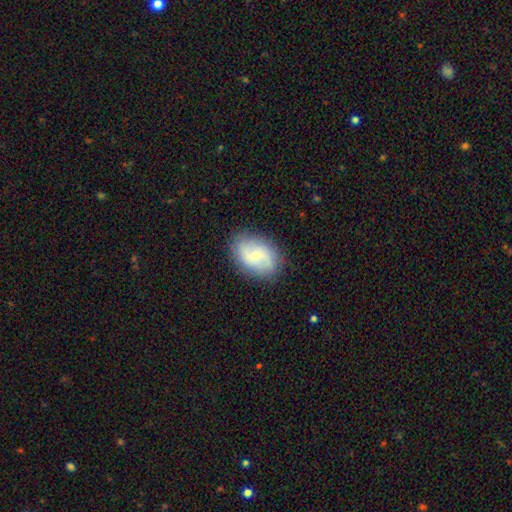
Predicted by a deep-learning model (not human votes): featured or disk 53%, smooth 39%, star or artifact 8%. Down the decision tree: edge-on disk — no (95%); bar — no (54%); spiral arms — yes (80%); bulge size — small (65%); merging — none (82%).